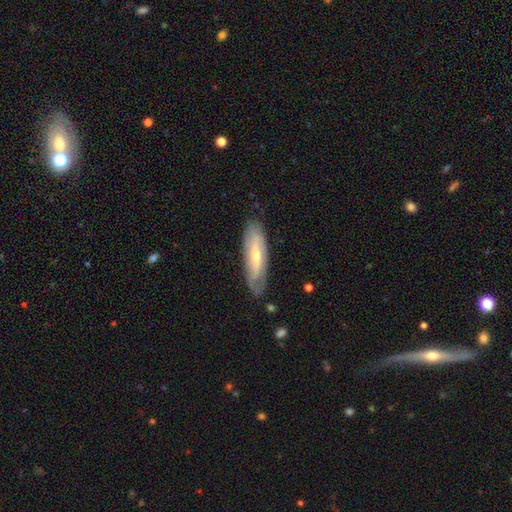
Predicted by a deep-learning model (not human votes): smooth-or-featured: featured or disk: 65% | smooth: 28% | star or artifact: 6%
  disk-edge-on: no: 70% | yes: 30%
  merging: none: 77% | minor disturbance: 17% | major disturbance: 4% | merger: 1%